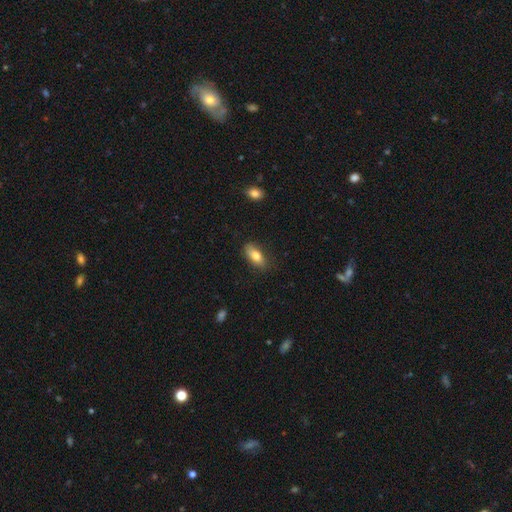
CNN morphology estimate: A smooth galaxy with no disk features (80%) that is in between round and cigar-shaped (85%).

Vote fractions:
- Smooth or featured? smooth: 80% / featured or disk: 13% / star or artifact: 7%
- How rounded? in between: 85% / cigar-shaped: 11% / round: 3%
- Merging? none: 77% / minor disturbance: 18% / major disturbance: 4% / merger: 1%